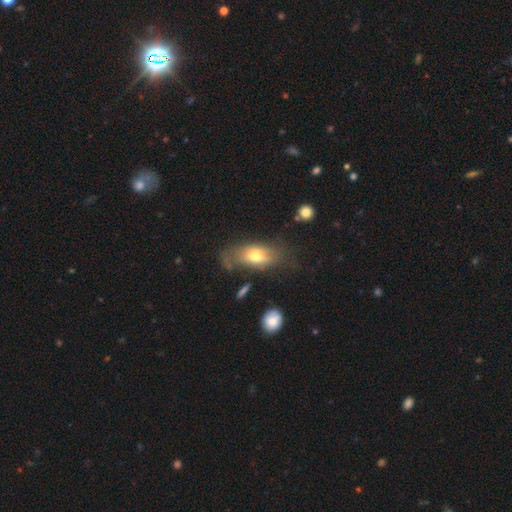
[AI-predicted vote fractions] Smooth or featured? Predicted: smooth (p=0.63). How rounded? Predicted: in between (p=0.85). Merging? Predicted: none (p=0.49).